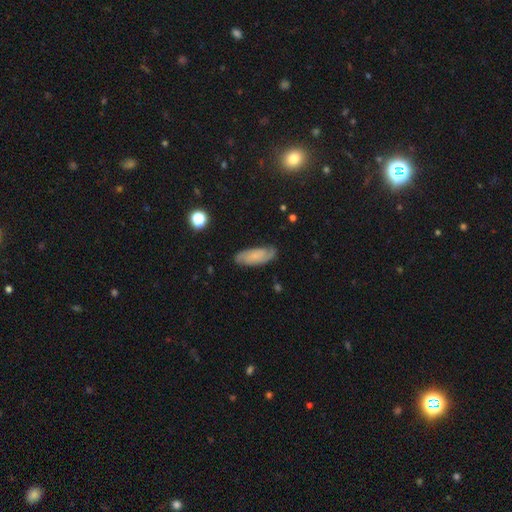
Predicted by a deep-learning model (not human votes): smooth 46% (tied), featured or disk 46% (tied), star or artifact 9%. Down the decision tree: merging — none (76%).